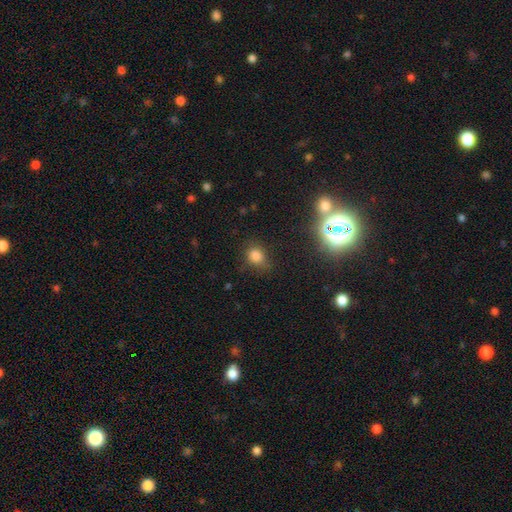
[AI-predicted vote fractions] Overall: smooth (78%). How rounded: round (62%; in between 36%). Merging: none (69%).